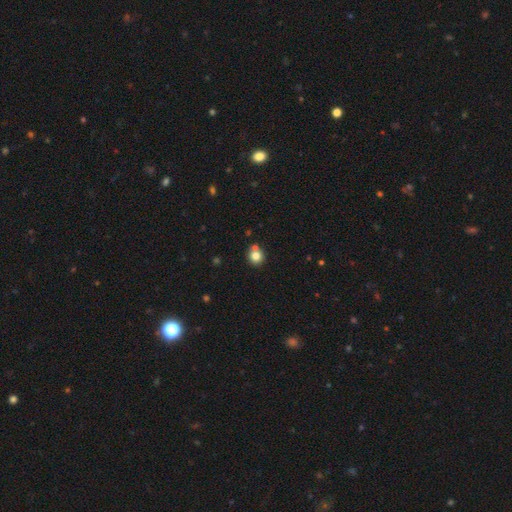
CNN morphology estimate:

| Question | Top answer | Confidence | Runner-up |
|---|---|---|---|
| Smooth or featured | smooth | 80% | star or artifact (11%) |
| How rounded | round | 88% | in between (11%) |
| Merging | none | 68% | merger (20%) |